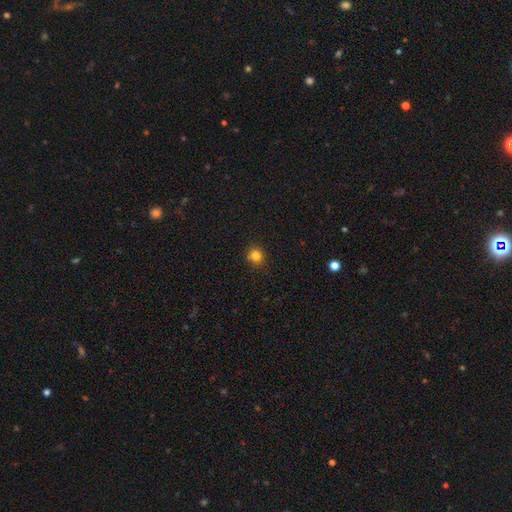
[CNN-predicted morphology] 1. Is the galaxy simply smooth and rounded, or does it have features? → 82% smooth, 14% star or artifact, 5% featured or disk.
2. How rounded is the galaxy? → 88% round, 11% in between, 1% cigar-shaped.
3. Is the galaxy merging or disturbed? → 87% none, 9% minor disturbance, 2% major disturbance, 2% merger.